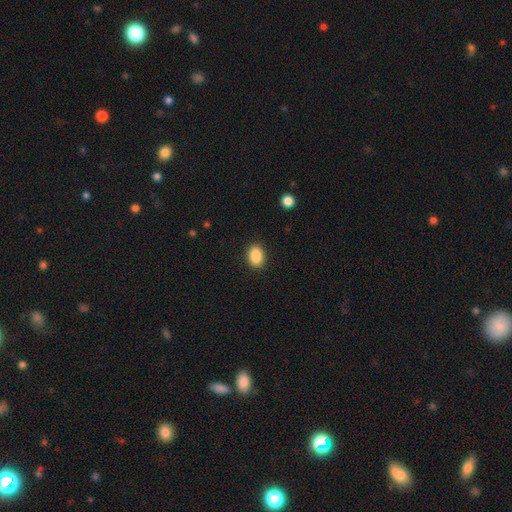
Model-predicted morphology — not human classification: smooth 89%, star or artifact 8%, featured or disk 3%. Down the decision tree: how rounded — in between (81%); merging — none (89%).